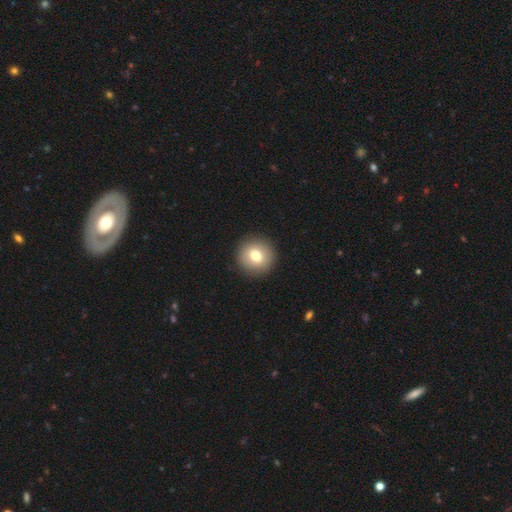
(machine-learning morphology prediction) smooth_or_featured: smooth (p=0.78) [alt: featured or disk p=0.13]
how_rounded: round (p=0.94) [alt: in between p=0.05]
merging: none (p=0.93) [alt: minor disturbance p=0.05]